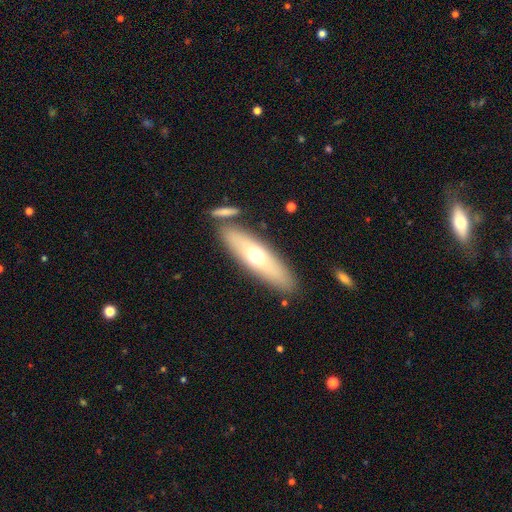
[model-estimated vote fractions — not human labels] Smooth or featured? Predicted: smooth (p=0.53). How rounded? Predicted: cigar-shaped (p=0.59). Merging? Predicted: none (p=0.78).